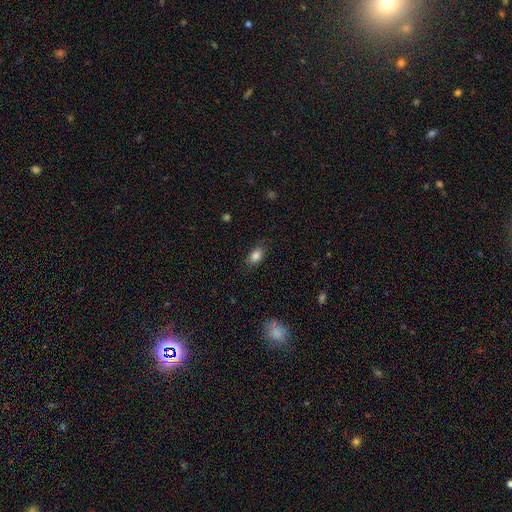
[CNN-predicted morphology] Smooth or featured? Predicted: smooth (p=0.84). How rounded? Predicted: in between (p=0.84). Merging? Predicted: none (p=0.81).